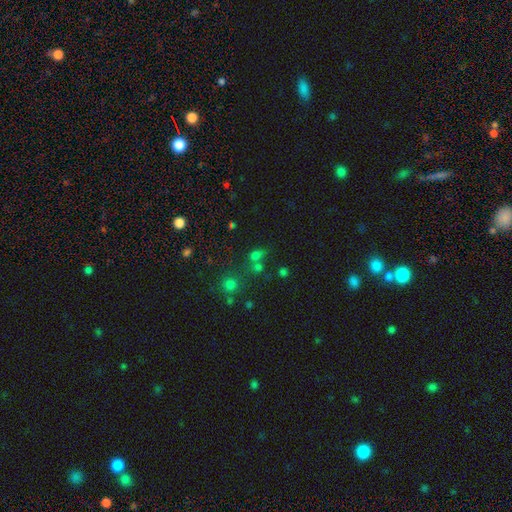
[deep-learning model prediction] Smooth or featured? Predicted: smooth (p=0.61). How rounded? Predicted: round (p=0.56). Merging? Predicted: none (p=0.51).